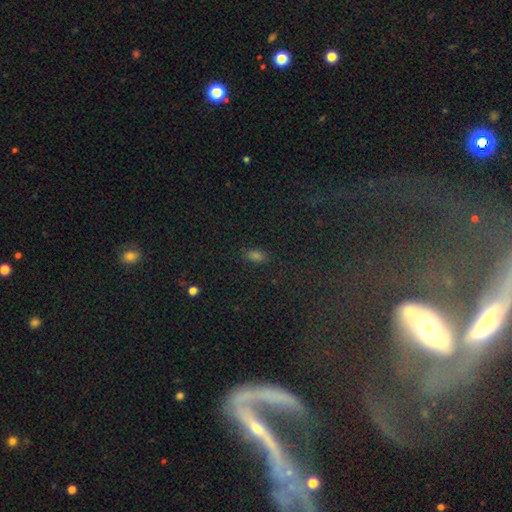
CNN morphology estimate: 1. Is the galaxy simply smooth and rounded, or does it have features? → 66% smooth, 27% star or artifact, 7% featured or disk.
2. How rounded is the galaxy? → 87% in between, 8% round, 5% cigar-shaped.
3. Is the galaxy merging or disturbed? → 84% none, 11% minor disturbance, 3% major disturbance, 2% merger.